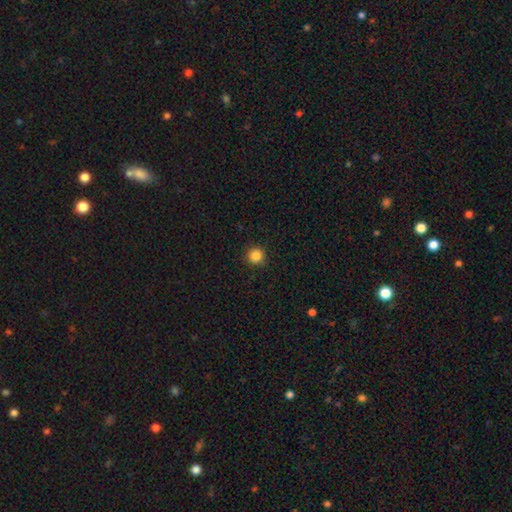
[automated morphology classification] The model was most divided on "smooth or featured": smooth: 85%, star or artifact: 11%, featured or disk: 4%. More confident: how rounded — round (95%); merging — none (92%).